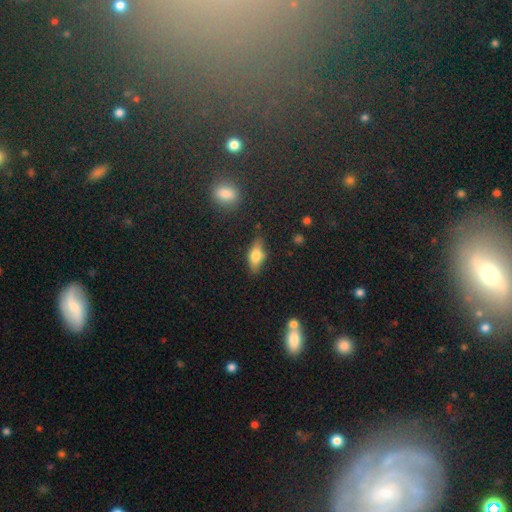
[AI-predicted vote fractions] This appears to be a smooth galaxy with no disk features (57%) that is in between round and cigar-shaped (71%). Merging: none (80%).